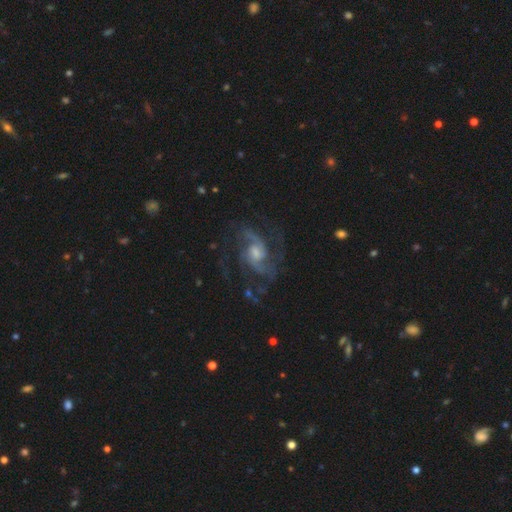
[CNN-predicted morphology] Smooth or featured?
  - featured or disk: 86% *
  - star or artifact: 9%
  - smooth: 5%
Edge-on disk?
  - no: 97% *
  - yes: 3%
Bar?
  - no: 52% *
  - weak: 38%
  - strong: 10%
Spiral arms?
  - yes: 97% *
  - no: 3%
Spiral winding?
  - medium: 54% *
  - loose: 25%
  - tight: 21%
Spiral arm count?
  - 2: 51% *
  - 3: 22%
  - can't tell: 12%
  - 4: 6%
  - 1: 5%
  - more than 4: 5%
Bulge size?
  - moderate: 50% *
  - small: 32%
  - large: 12%
  - none: 5%
  - dominant: 2%
Merging?
  - none: 72% *
  - minor disturbance: 14%
  - major disturbance: 13%
  - merger: 2%